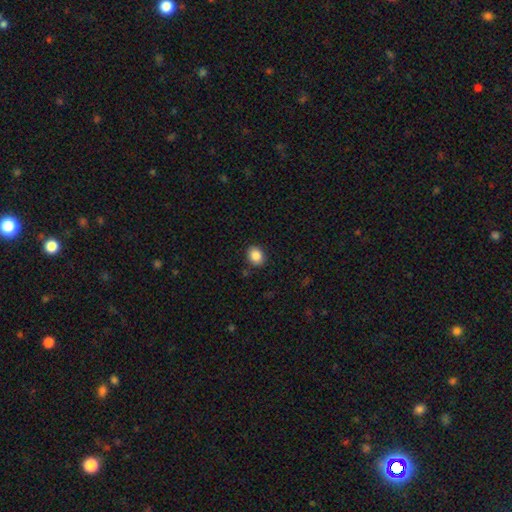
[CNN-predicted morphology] This appears to be a smooth galaxy with no disk features (87%) that is round (59%). Merging: none (88%).